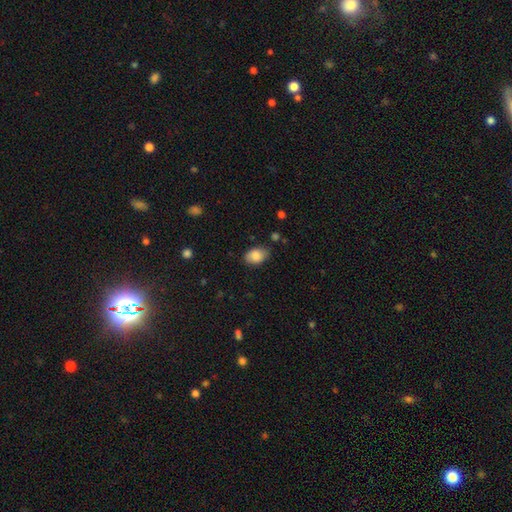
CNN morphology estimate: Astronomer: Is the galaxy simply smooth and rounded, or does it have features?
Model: smooth — 84%.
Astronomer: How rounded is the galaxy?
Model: in between — 87%.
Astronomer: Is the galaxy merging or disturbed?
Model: none — 77%.